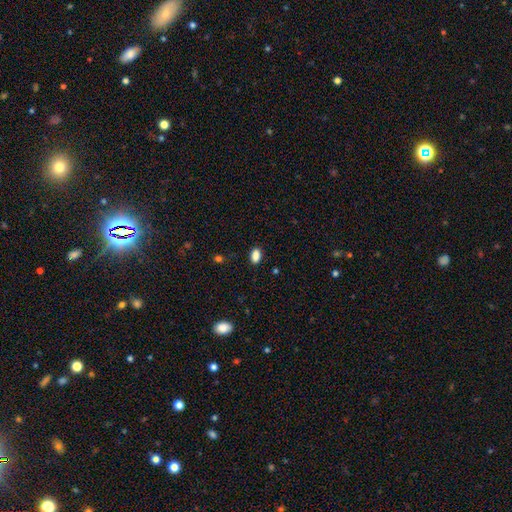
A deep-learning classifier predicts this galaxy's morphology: Smooth or featured? Predicted: smooth (p=0.87). How rounded? Predicted: in between (p=0.88). Merging? Predicted: none (p=0.86).